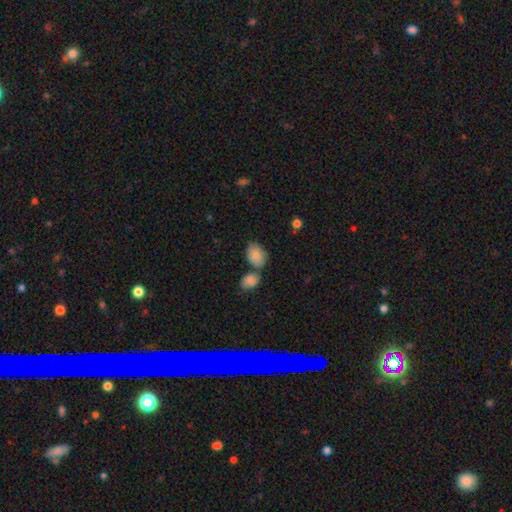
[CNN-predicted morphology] A smooth galaxy with no disk features (84%) that is in between round and cigar-shaped (81%).

Vote fractions:
- Smooth or featured? smooth: 84% / featured or disk: 9% / star or artifact: 7%
- How rounded? in between: 81% / round: 18% / cigar-shaped: 1%
- Merging? none: 51% / merger: 29% / minor disturbance: 16% / major disturbance: 4%